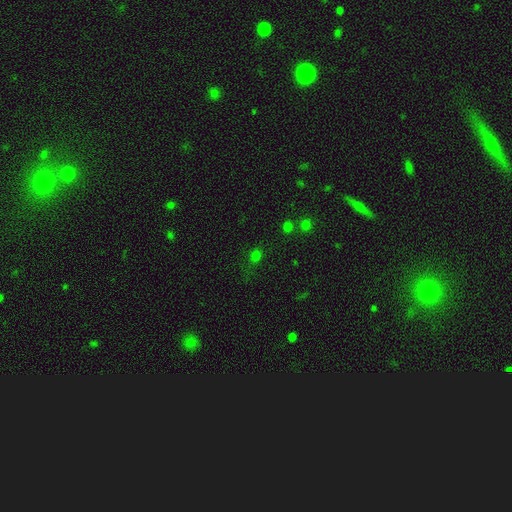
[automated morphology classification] Q: Smooth or featured?
A: smooth (63%); runner-up: star or artifact (31%)
Q: How rounded?
A: round (67%); runner-up: in between (31%)
Q: Merging?
A: none (75%); runner-up: minor disturbance (15%)